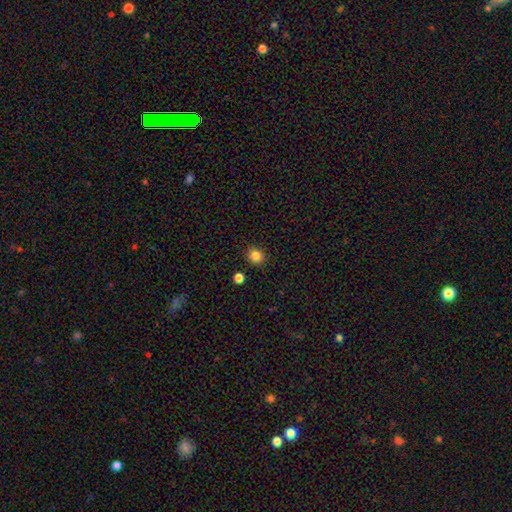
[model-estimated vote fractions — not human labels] Smooth or featured: smooth — 83% (star or artifact — 12%)
How rounded: round — 84% (in between — 15%)
Merging: none — 88% (minor disturbance — 7%)